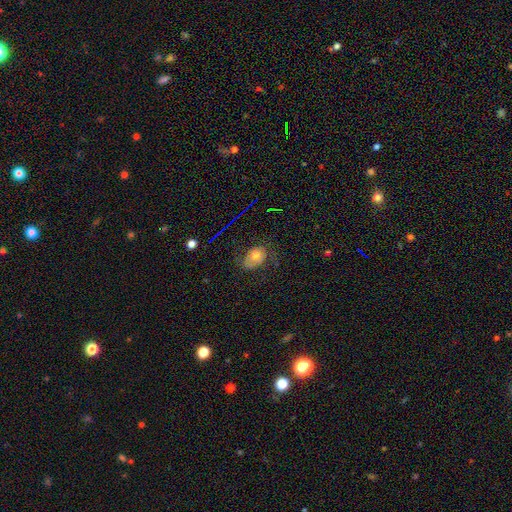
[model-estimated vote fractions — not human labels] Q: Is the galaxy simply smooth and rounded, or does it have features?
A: smooth — 53%.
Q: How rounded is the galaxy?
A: in between — 71%.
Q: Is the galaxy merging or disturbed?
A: none — 51%.